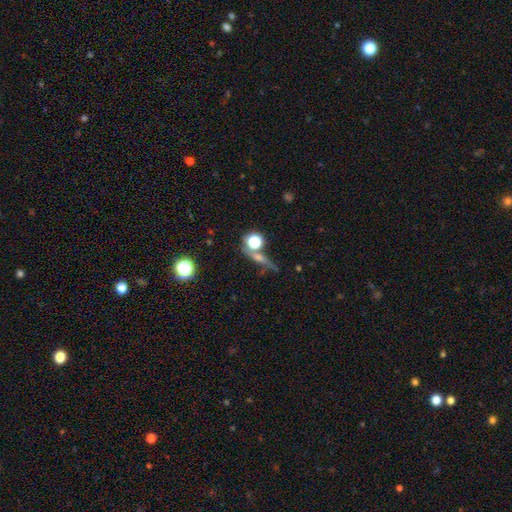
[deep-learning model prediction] Overall: smooth (36%; featured or disk 33%). Merging: none (61%).